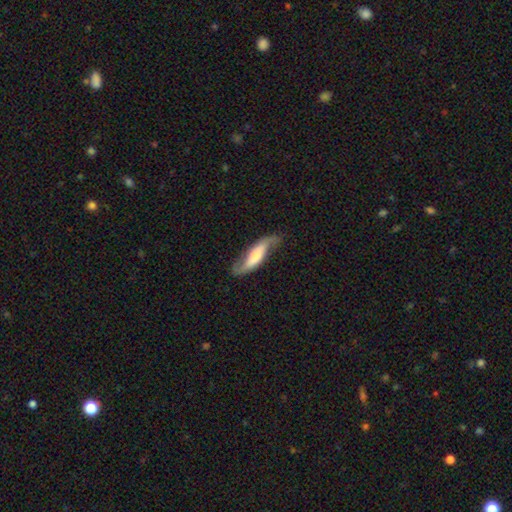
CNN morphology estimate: smooth_or_featured: featured or disk (p=0.65) [alt: smooth p=0.29]
disk_edge_on: no (p=0.80) [alt: yes p=0.20]
bar: no (p=0.41) [alt: weak p=0.32]
has_spiral_arms: yes (p=0.92) [alt: no p=0.08]
bulge_size: moderate (p=0.30) [alt: small p=0.27]
merging: none (p=0.69) [alt: minor disturbance p=0.21]